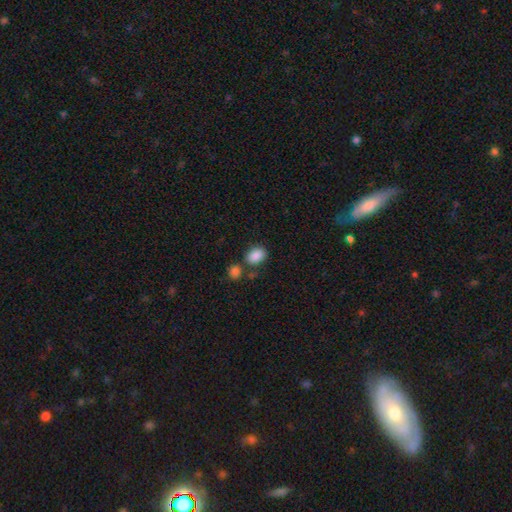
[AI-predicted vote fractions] Q: Smooth or featured?
A: smooth (87%); runner-up: star or artifact (9%)
Q: How rounded?
A: in between (73%); runner-up: round (26%)
Q: Merging?
A: none (66%); runner-up: merger (17%)